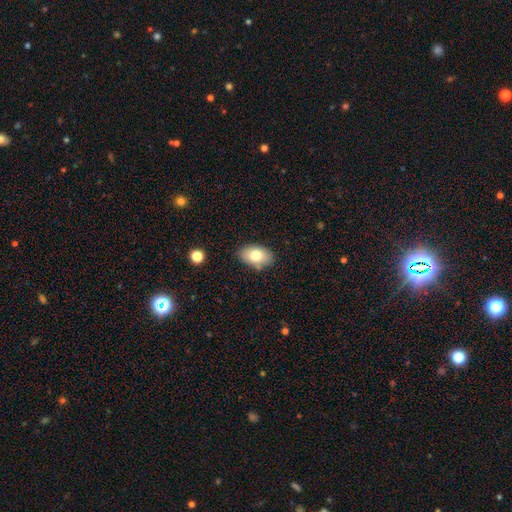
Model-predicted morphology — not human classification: A smooth galaxy with no disk features (77%) that is in between round and cigar-shaped (90%).

Vote fractions:
- Smooth or featured? smooth: 77% / featured or disk: 15% / star or artifact: 8%
- How rounded? in between: 90% / round: 9% / cigar-shaped: 1%
- Merging? none: 82% / minor disturbance: 13% / major disturbance: 3% / merger: 2%